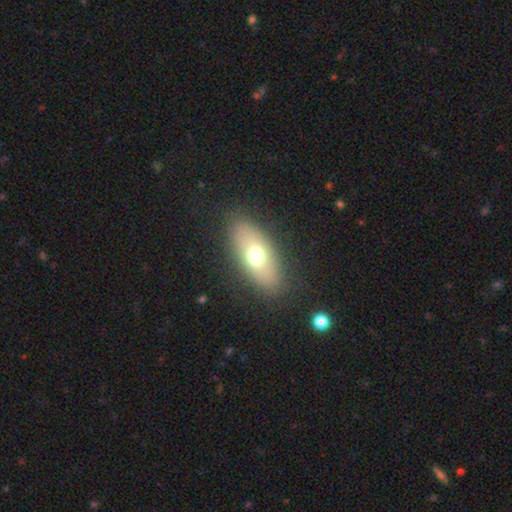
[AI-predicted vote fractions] Overall: smooth (61%; featured or disk 32%). How rounded: in between (81%). Merging: none (88%).